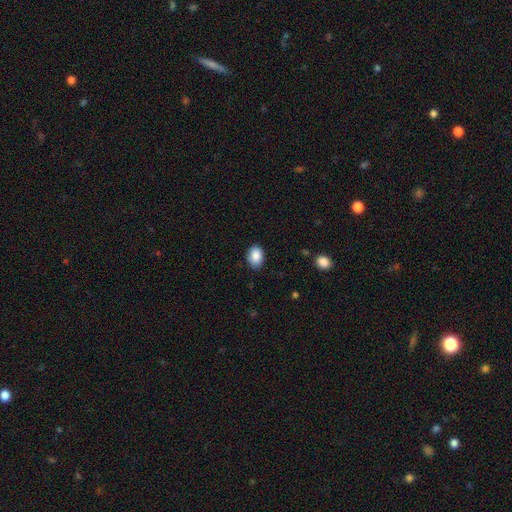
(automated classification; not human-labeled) Q: Smooth or featured?
A: smooth (88%); runner-up: star or artifact (8%)
Q: How rounded?
A: in between (78%); runner-up: round (21%)
Q: Merging?
A: none (85%); runner-up: minor disturbance (12%)